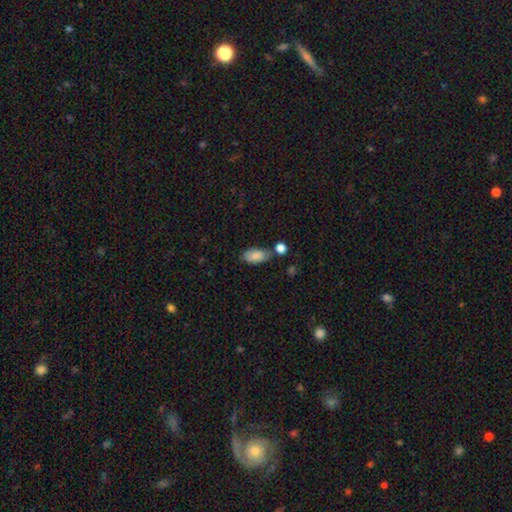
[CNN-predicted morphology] Q: Smooth or featured?
A: smooth (86%); runner-up: featured or disk (7%)
Q: How rounded?
A: in between (92%); runner-up: cigar-shaped (5%)
Q: Merging?
A: none (66%); runner-up: minor disturbance (17%)